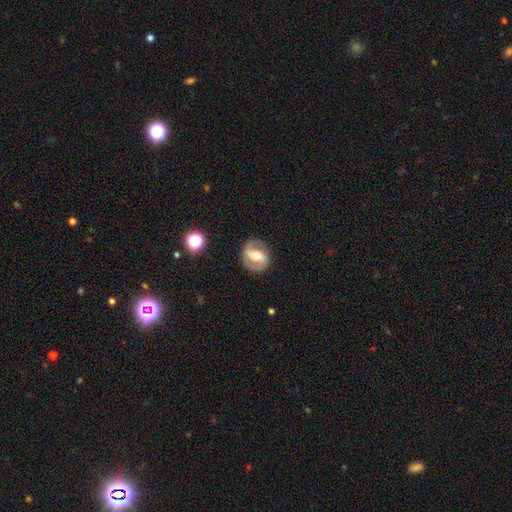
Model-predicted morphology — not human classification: Smooth or featured? Predicted: featured or disk (p=0.72). Edge-on disk? Predicted: no (p=0.95). Bar? Predicted: strong (p=0.53). Spiral arms? Predicted: yes (p=0.74). Spiral winding? Predicted: medium (p=0.46). Spiral arm count? Predicted: 2 (p=0.87). Bulge size? Predicted: moderate (p=0.69). Merging? Predicted: none (p=0.85).